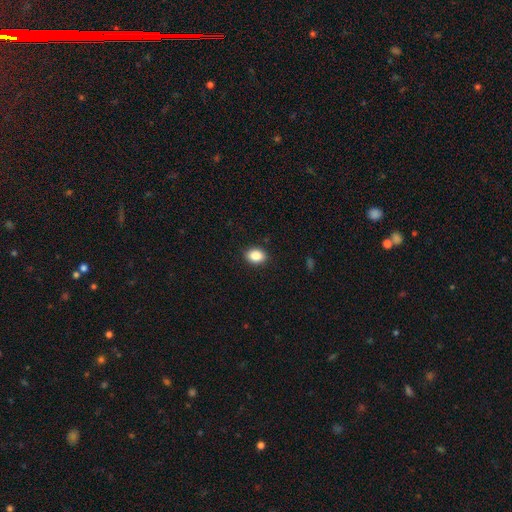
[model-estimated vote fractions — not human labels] Smooth or featured?
  - smooth: 87% *
  - star or artifact: 9%
  - featured or disk: 5%
How rounded?
  - in between: 72% *
  - round: 27%
  - cigar-shaped: 1%
Merging?
  - none: 90% *
  - minor disturbance: 7%
  - major disturbance: 2%
  - merger: 1%